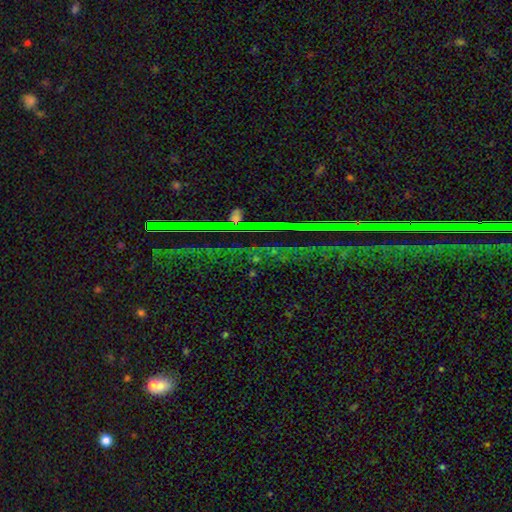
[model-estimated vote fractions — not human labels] Overall: star or artifact (82%).